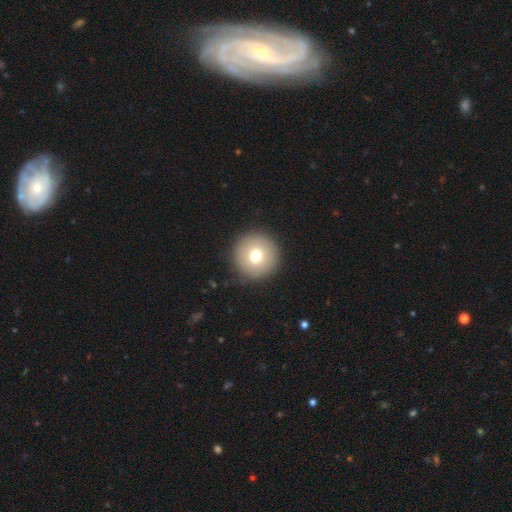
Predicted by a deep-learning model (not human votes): Smooth or featured? Predicted: smooth (p=0.73). How rounded? Predicted: round (p=0.96). Merging? Predicted: none (p=0.91).